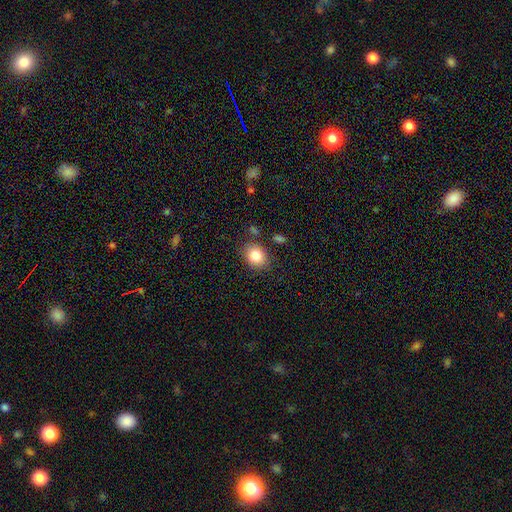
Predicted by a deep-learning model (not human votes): Q: Smooth or featured?
A: smooth (84%); runner-up: star or artifact (9%)
Q: How rounded?
A: in between (53%); runner-up: round (46%)
Q: Merging?
A: none (80%); runner-up: minor disturbance (12%)